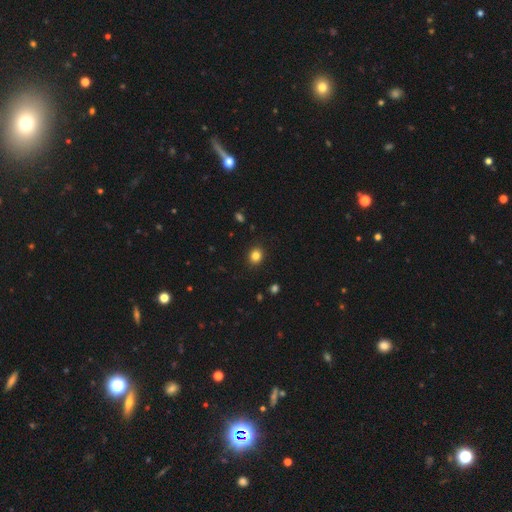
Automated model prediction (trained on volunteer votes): The model was most divided on "how rounded": round: 71%, in between: 28%, cigar-shaped: 1%. More confident: merging — none (90%); smooth or featured — smooth (83%).